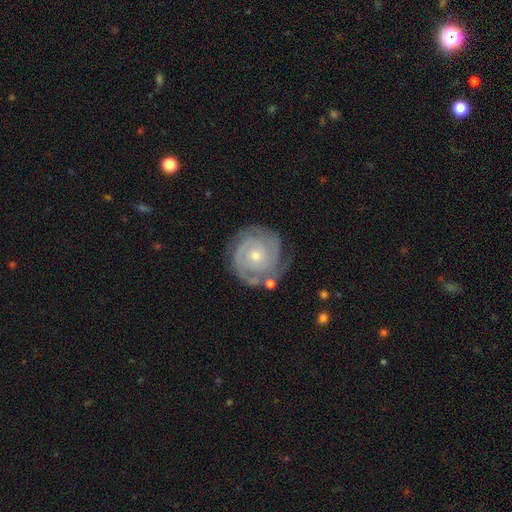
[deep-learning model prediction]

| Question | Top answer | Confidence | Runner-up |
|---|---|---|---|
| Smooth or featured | featured or disk | 86% | smooth (8%) |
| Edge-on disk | no | 98% | yes (2%) |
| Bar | no | 77% | weak (18%) |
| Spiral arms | yes | 96% | no (4%) |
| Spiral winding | tight | 80% | medium (17%) |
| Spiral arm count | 2 | 41% | 3 (26%) |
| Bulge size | small | 58% | moderate (39%) |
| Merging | none | 77% | minor disturbance (14%) |